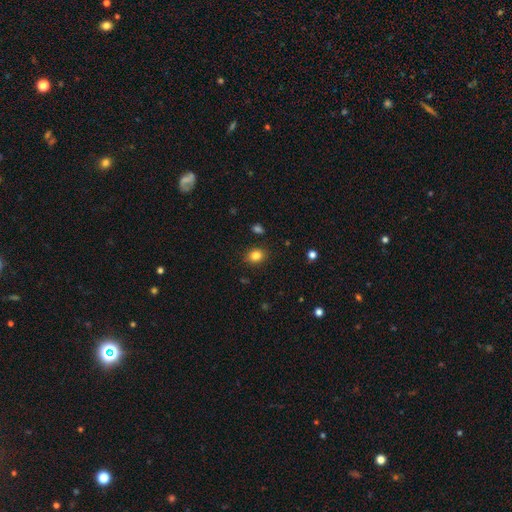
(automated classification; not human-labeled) Q: Smooth or featured?
A: smooth (83%); runner-up: star or artifact (11%)
Q: How rounded?
A: round (55%); runner-up: in between (44%)
Q: Merging?
A: none (86%); runner-up: minor disturbance (9%)